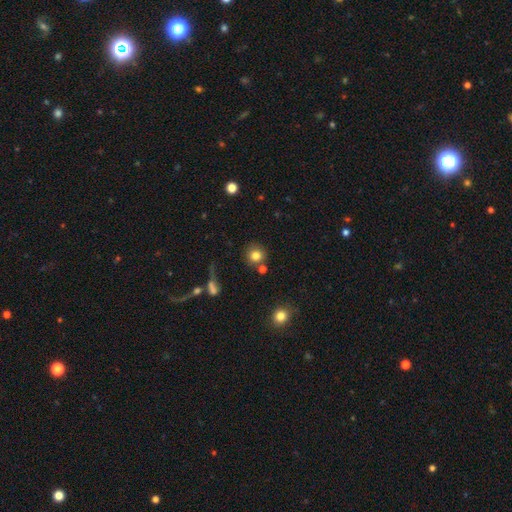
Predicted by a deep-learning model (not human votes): Smooth or featured: smooth — 80% (star or artifact — 12%)
How rounded: round — 90% (in between — 9%)
Merging: none — 77% (merger — 9%)